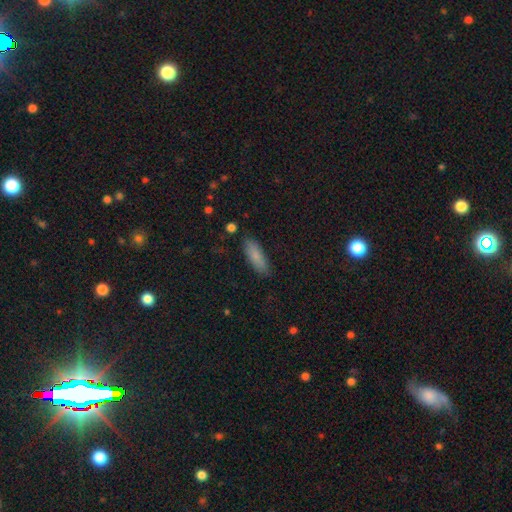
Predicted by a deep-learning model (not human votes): A smooth galaxy with no disk features (83%) that is in between round and cigar-shaped (55%). Merging: none (86%).